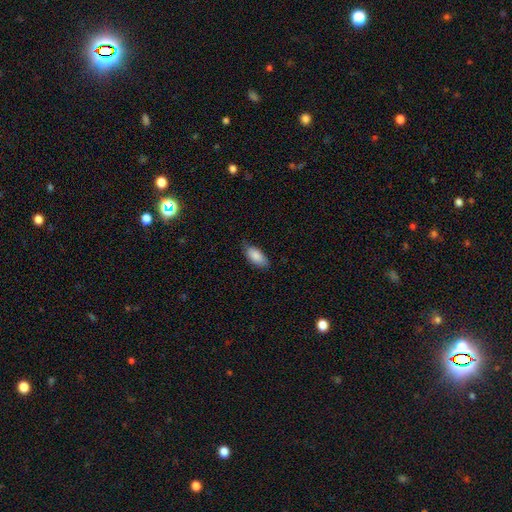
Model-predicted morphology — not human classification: Smooth or featured: smooth — 86% (featured or disk — 8%)
How rounded: in between — 90% (cigar-shaped — 8%)
Merging: none — 77% (minor disturbance — 19%)